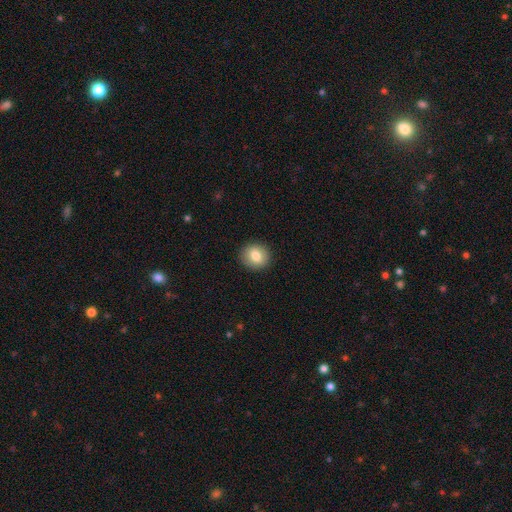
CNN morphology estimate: Smooth or featured? Predicted: smooth (p=0.80). How rounded? Predicted: round (p=0.81). Merging? Predicted: none (p=0.91).